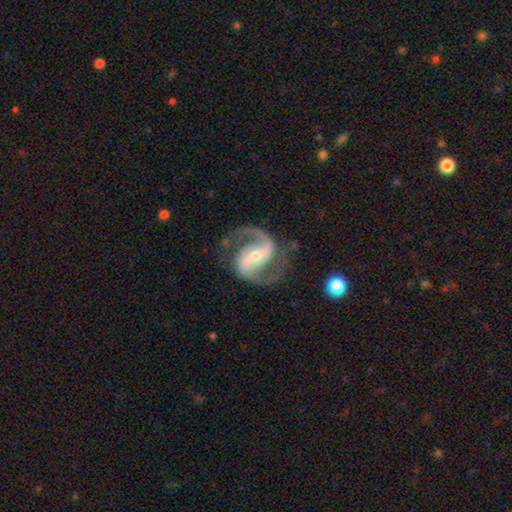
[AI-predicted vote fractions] smooth-or-featured: featured or disk: 93% | star or artifact: 4% | smooth: 3%
  disk-edge-on: no: 98% | yes: 2%
    bar: strong: 48% | weak: 35% | no: 16%
    has-spiral-arms: yes: 98% | no: 2%
      spiral-winding: medium: 63% | loose: 21% | tight: 15%
      spiral-arm-count: 2: 94% | 1: 1% | can't tell: 1% | 3: 1% | 4: 1% | more than 4: 1%
    bulge-size: moderate: 52% | small: 44% | large: 3% | none: 1% | dominant: 1%
  merging: none: 79% | minor disturbance: 13% | major disturbance: 6% | merger: 2%